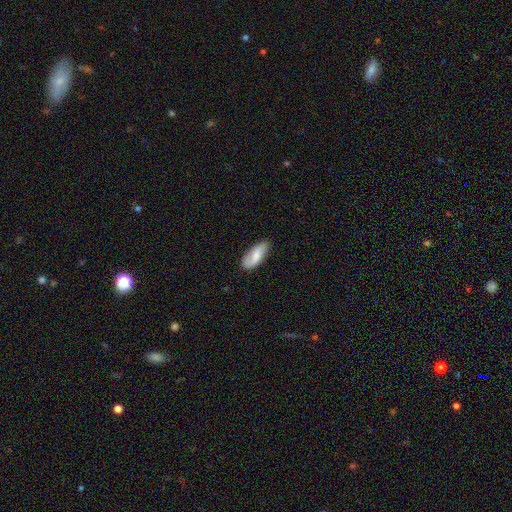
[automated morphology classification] A smooth galaxy with no disk features (53%) that is in between round and cigar-shaped (84%).

Vote fractions:
- Smooth or featured? smooth: 53% / featured or disk: 41% / star or artifact: 6%
- How rounded? in between: 84% / cigar-shaped: 14% / round: 2%
- Merging? none: 80% / minor disturbance: 16% / major disturbance: 3% / merger: 1%